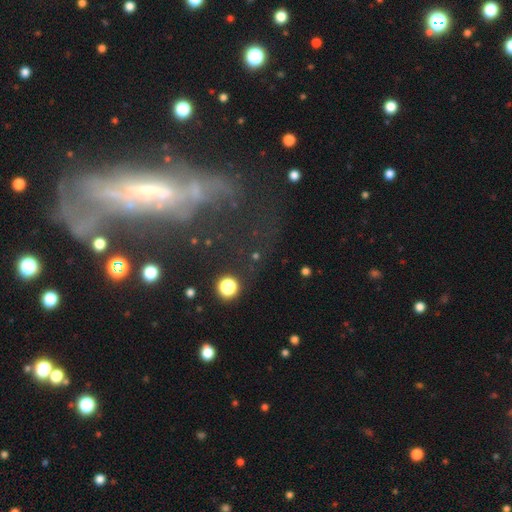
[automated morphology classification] smooth_or_featured: featured or disk (p=0.34) [alt: star or artifact p=0.33]
merging: none (p=0.48) [alt: major disturbance p=0.22]